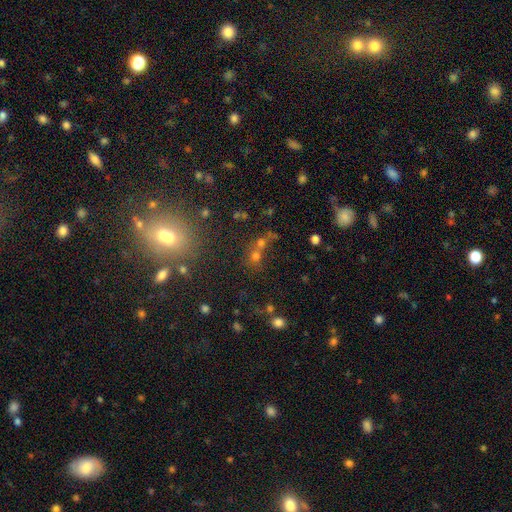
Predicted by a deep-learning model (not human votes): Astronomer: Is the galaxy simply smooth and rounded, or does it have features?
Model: smooth — 55% (runner-up: star or artifact, 33%).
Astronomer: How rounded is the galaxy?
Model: round — 80%.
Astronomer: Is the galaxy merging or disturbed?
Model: none — 48% (runner-up: merger, 39%).